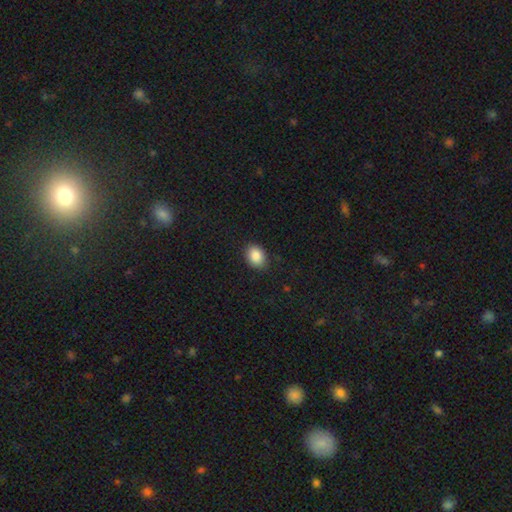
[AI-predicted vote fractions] Smooth or featured? Predicted: smooth (p=0.87). How rounded? Predicted: in between (p=0.70). Merging? Predicted: none (p=0.87).